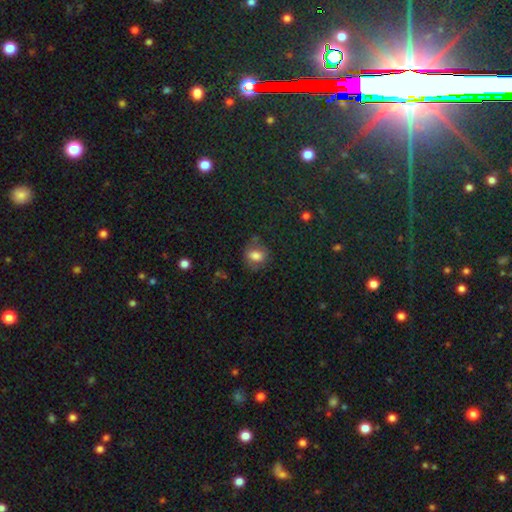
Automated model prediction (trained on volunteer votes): A smooth galaxy with no disk features (72%) that is in between round and cigar-shaped (51%). Merging: none (64%).